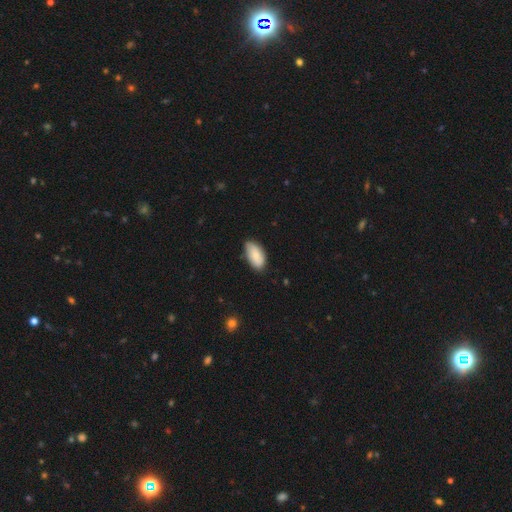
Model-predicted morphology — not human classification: This is clearly a smooth galaxy (81%). How rounded: clearly in between (94%). Merging: likely none (73%).